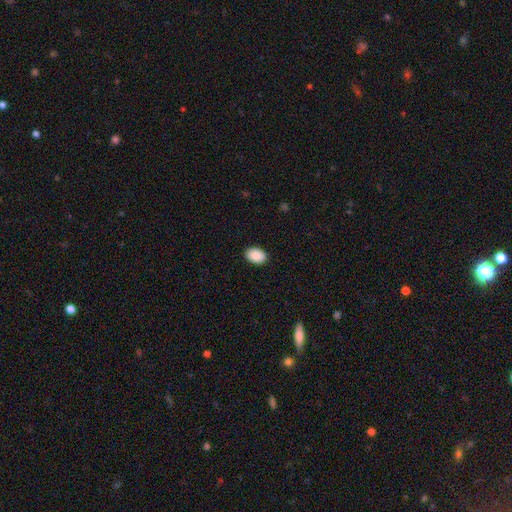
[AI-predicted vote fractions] smooth 89%, star or artifact 7%, featured or disk 5%. Down the decision tree: how rounded — in between (84%); merging — none (90%).